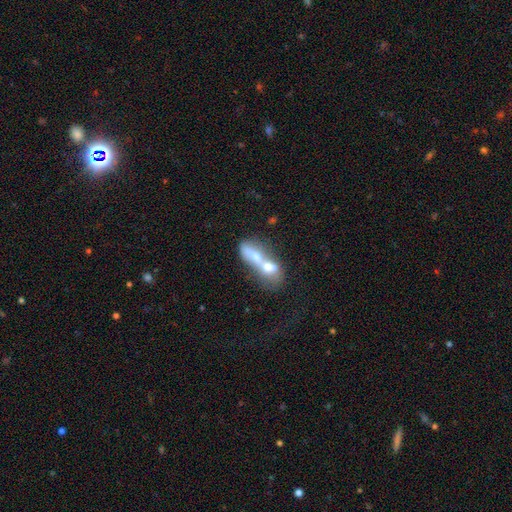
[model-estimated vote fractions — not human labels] This is possibly a smooth galaxy (55%). How rounded: likely in between (62%). Merging: likely merger (78%).